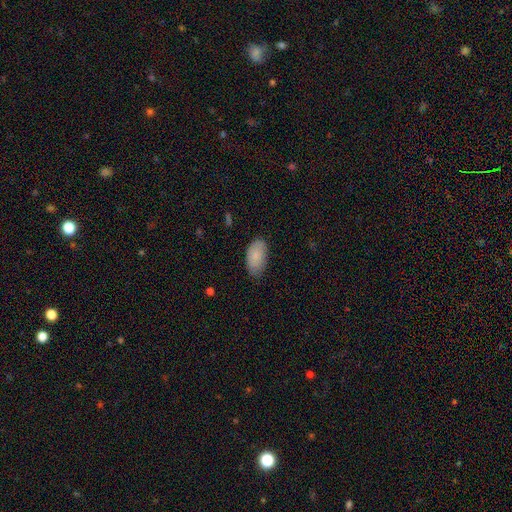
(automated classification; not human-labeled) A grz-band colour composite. It shows a smooth galaxy with no disk features (86%) that is in between round and cigar-shaped (95%). Merging: none (74%).